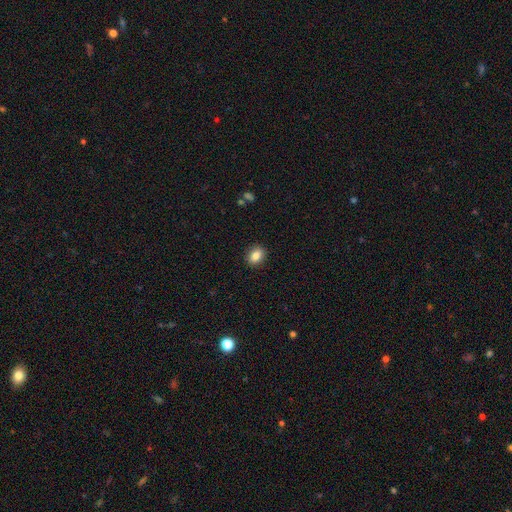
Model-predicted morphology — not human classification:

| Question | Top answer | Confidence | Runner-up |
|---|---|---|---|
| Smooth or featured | smooth | 85% | star or artifact (9%) |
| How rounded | in between | 57% | round (41%) |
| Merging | none | 90% | minor disturbance (7%) |